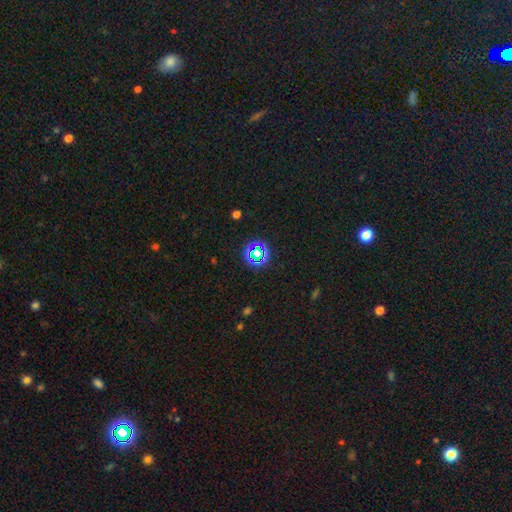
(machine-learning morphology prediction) smooth_or_featured: star or artifact (p=0.64) [alt: smooth p=0.25]